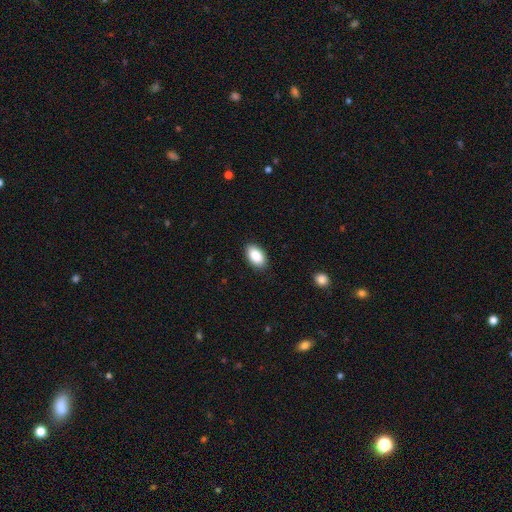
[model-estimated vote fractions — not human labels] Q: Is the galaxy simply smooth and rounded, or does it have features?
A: smooth — 89%.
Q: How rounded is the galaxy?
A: in between — 94%.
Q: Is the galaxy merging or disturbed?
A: none — 88%.